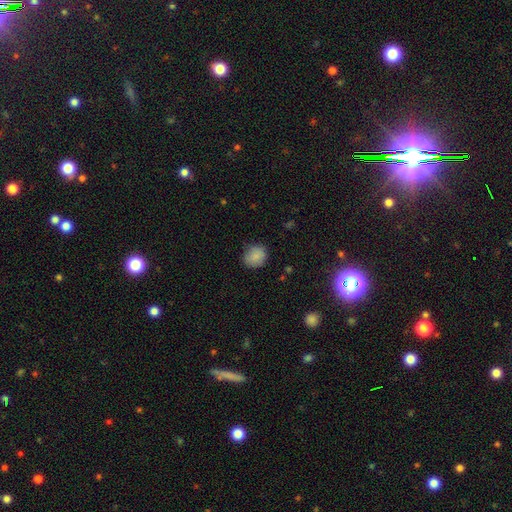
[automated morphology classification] smooth_or_featured: smooth (p=0.86) [alt: star or artifact p=0.08]
how_rounded: round (p=0.72) [alt: in between p=0.27]
merging: none (p=0.81) [alt: minor disturbance p=0.14]